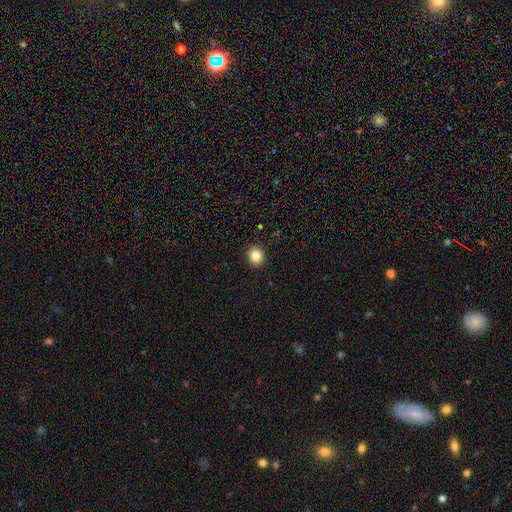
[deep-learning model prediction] Overall: smooth (84%). How rounded: round (69%; in between 31%). Merging: none (91%).